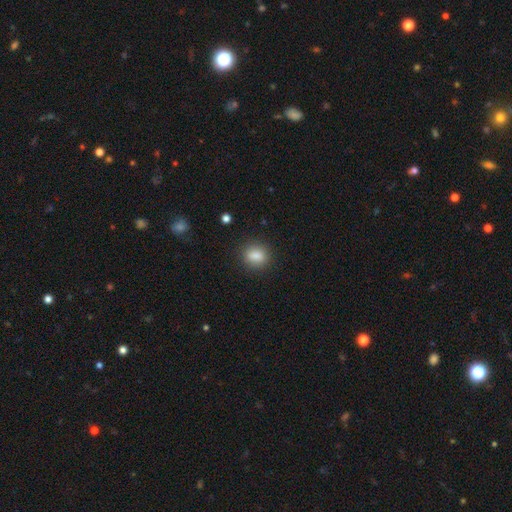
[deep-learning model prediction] Smooth or featured? Predicted: smooth (p=0.85). How rounded? Predicted: round (p=0.66). Merging? Predicted: none (p=0.87).